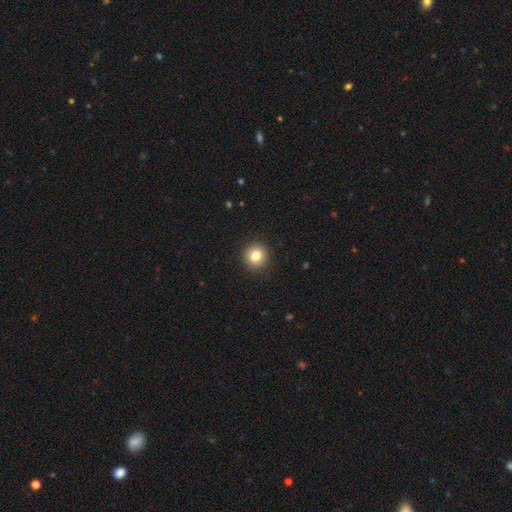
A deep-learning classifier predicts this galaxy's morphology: Overall: smooth (83%). How rounded: round (93%). Merging: none (92%).